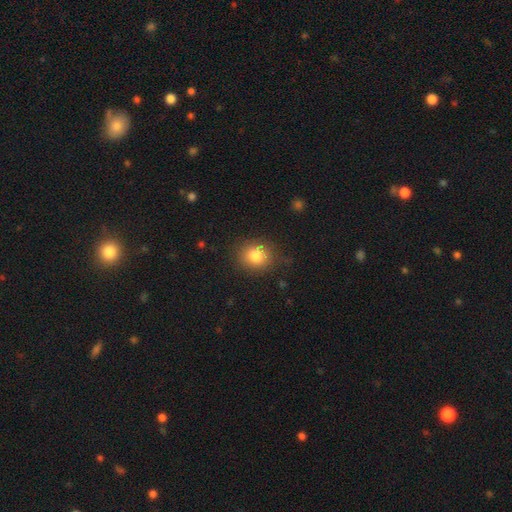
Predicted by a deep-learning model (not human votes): This is clearly a smooth galaxy (82%). How rounded: likely round (75%). Merging: likely none (80%).